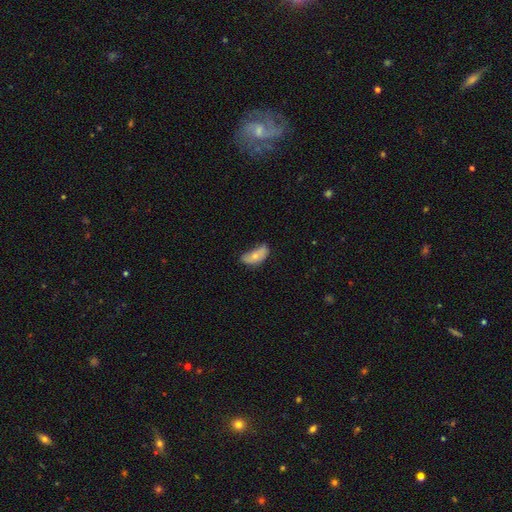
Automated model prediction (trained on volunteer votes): Smooth or featured: smooth — 67% (featured or disk — 25%)
How rounded: in between — 90% (cigar-shaped — 6%)
Merging: minor disturbance — 44% (none — 37%)